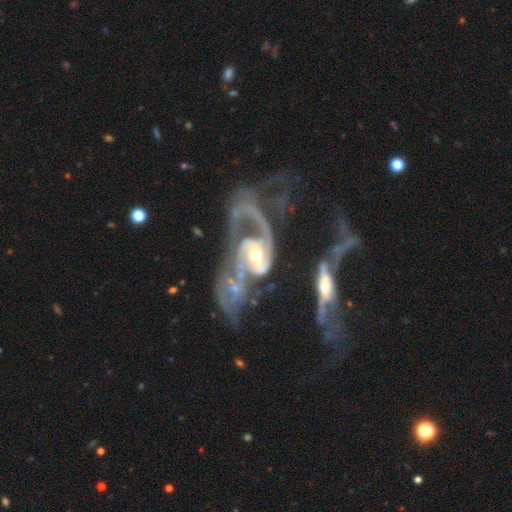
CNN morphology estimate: A featured or disk galaxy (88%) with no bar (51%), 2 (50%) medium (40%) spiral arms (90%) and a moderate central bulge (61%).

Vote fractions:
- Smooth or featured? featured or disk: 88% / smooth: 6% / star or artifact: 6%
- Edge-on disk? no: 96% / yes: 4%
- Bar? no: 51% / weak: 33% / strong: 16%
- Spiral arms? yes: 90% / no: 10%
- Spiral winding? medium: 40% / loose: 37% / tight: 24%
- Spiral arm count? 2: 50% / 1: 22% / can't tell: 17% / 3: 5% / 4: 3% / more than 4: 3%
- Bulge size? moderate: 61% / small: 30% / large: 6% / none: 2% / dominant: 1%
- Merging? merger: 51% / major disturbance: 31% / none: 11% / minor disturbance: 7%